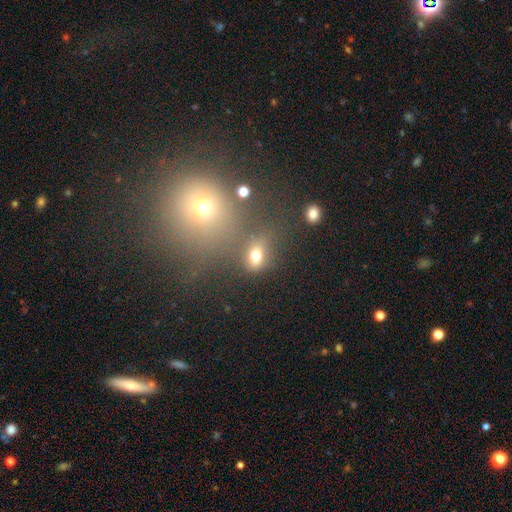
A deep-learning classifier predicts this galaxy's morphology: Smooth or featured: smooth — 71% (star or artifact — 18%)
How rounded: in between — 65% (round — 31%)
Merging: none — 64% (minor disturbance — 15%)